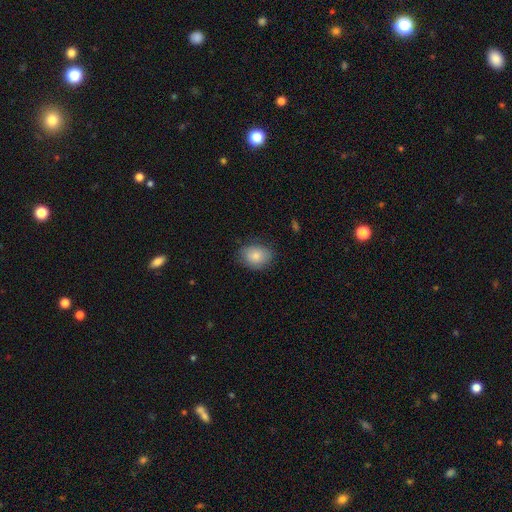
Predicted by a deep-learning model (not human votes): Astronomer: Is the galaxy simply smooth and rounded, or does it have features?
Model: smooth — 81%.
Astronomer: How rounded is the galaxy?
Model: in between — 61% (runner-up: round, 38%).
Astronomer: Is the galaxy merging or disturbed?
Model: none — 77%.